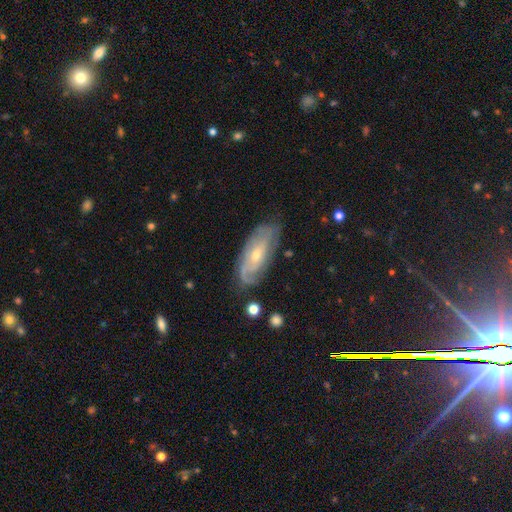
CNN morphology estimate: This is likely a featured or disk galaxy (74%). It is clearly not viewed edge-on (88%). Bar: likely no (66%). Spiral arm pattern: clearly yes (87%). Spiral arm count: possibly can't tell (46%). Spiral winding: possibly tight (59%). Central bulge: likely small (61%). Merging: likely none (73%).